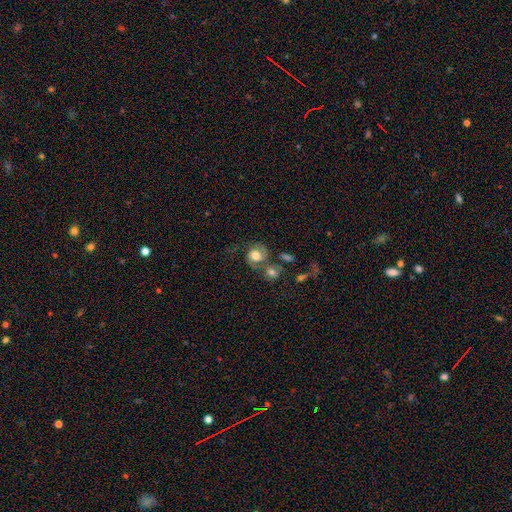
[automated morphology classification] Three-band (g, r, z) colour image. It shows a featured or disk galaxy (56%) with no bar (73%), spiral arms (84%) and a moderate central bulge (48%). Merging: none (44%).